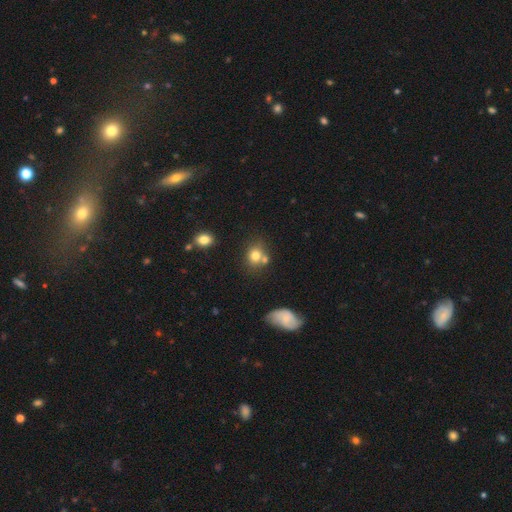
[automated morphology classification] smooth-or-featured: smooth: 76% | star or artifact: 12% | featured or disk: 12%
  how-rounded: round: 71% | in between: 28% | cigar-shaped: 1%
  merging: none: 55% | merger: 27% | minor disturbance: 13% | major disturbance: 5%